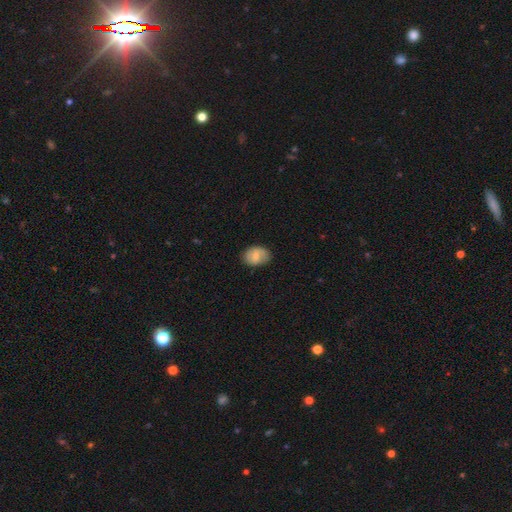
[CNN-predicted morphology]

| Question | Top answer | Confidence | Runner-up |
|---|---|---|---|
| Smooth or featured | smooth | 64% | featured or disk (28%) |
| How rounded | in between | 73% | round (26%) |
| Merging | none | 80% | minor disturbance (15%) |